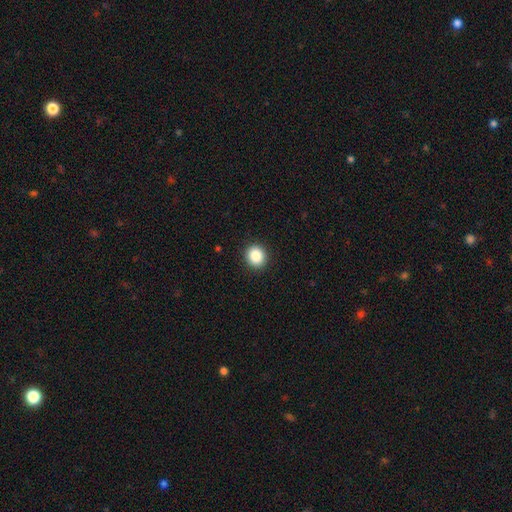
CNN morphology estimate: type=smooth (87%); roundness=round (85%); merging=none (92%).